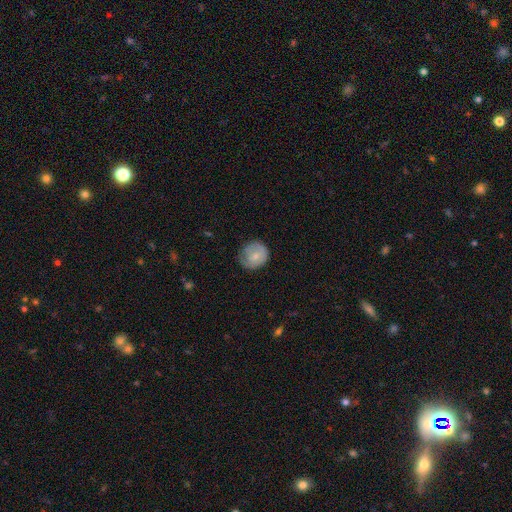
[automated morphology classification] Smooth or featured?
  - smooth: 61% *
  - featured or disk: 32%
  - star or artifact: 7%
How rounded?
  - round: 80% *
  - in between: 19%
  - cigar-shaped: 1%
Merging?
  - none: 61% *
  - minor disturbance: 28%
  - major disturbance: 10%
  - merger: 1%